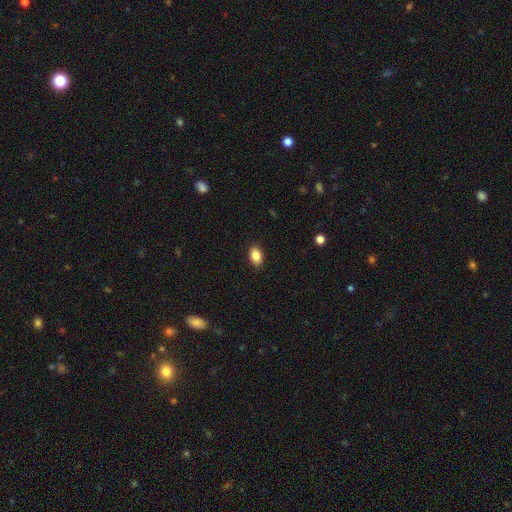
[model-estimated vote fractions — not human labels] This appears to be a smooth galaxy with no disk features (86%) that is in between round and cigar-shaped (87%). Merging: none (90%).